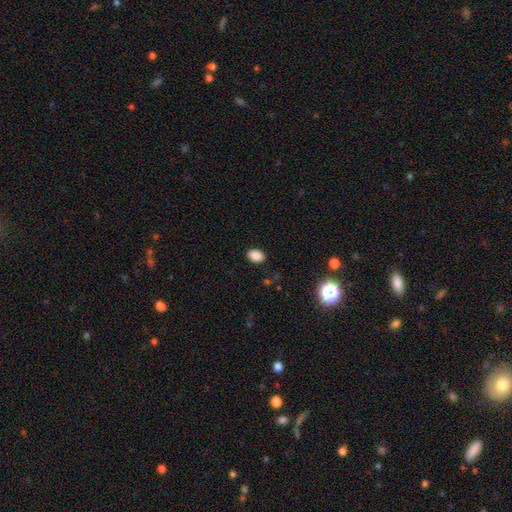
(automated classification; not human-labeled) Q: Smooth or featured?
A: smooth (87%); runner-up: star or artifact (10%)
Q: How rounded?
A: in between (80%); runner-up: round (19%)
Q: Merging?
A: none (87%); runner-up: minor disturbance (10%)